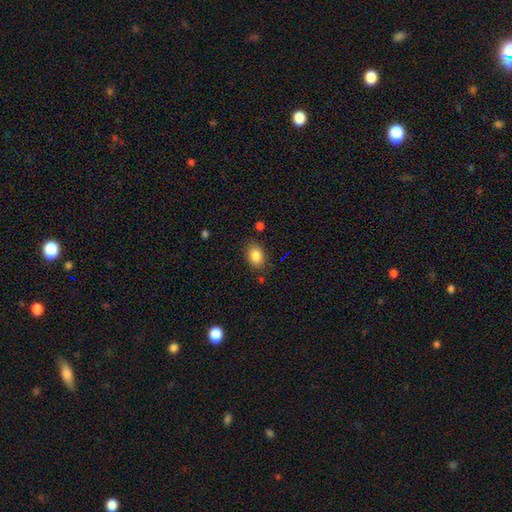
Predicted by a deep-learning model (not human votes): This appears to be a smooth galaxy with no disk features (85%) that is in between round and cigar-shaped (80%). Merging: none (81%).